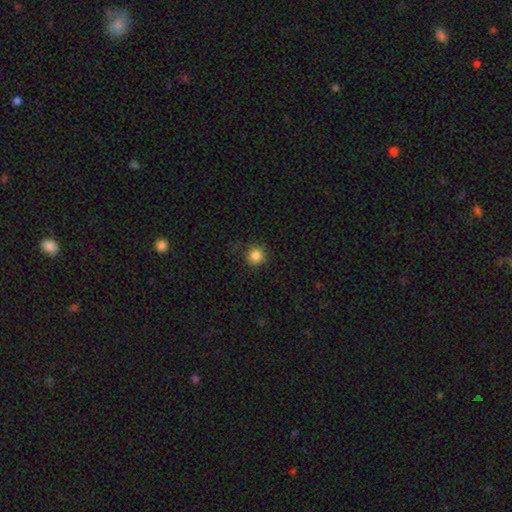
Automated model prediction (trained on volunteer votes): A smooth galaxy with no disk features (85%) that is round (94%).

Vote fractions:
- Smooth or featured? smooth: 85% / star or artifact: 11% / featured or disk: 4%
- How rounded? round: 94% / in between: 5% / cigar-shaped: 1%
- Merging? none: 85% / minor disturbance: 10% / major disturbance: 3% / merger: 1%